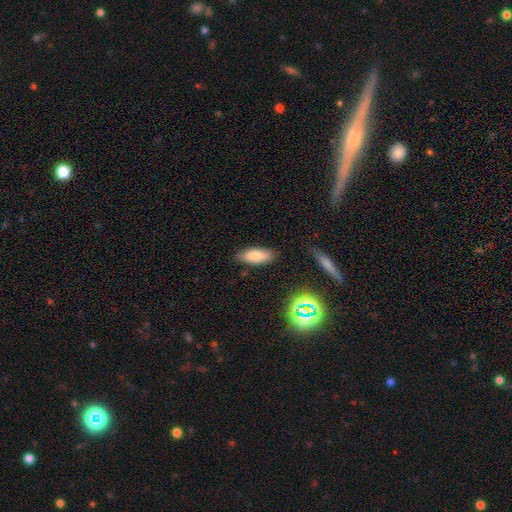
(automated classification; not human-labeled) This is clearly a smooth galaxy (83%). How rounded: clearly in between (81%). Merging: clearly none (82%).